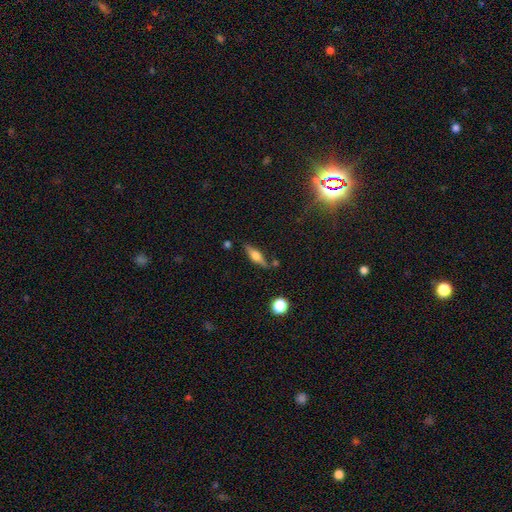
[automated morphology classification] smooth-or-featured: featured or disk: 51% | smooth: 41% | star or artifact: 8%
  disk-edge-on: yes: 92% | no: 8%
  merging: none: 75% | minor disturbance: 15% | merger: 6% | major disturbance: 4%